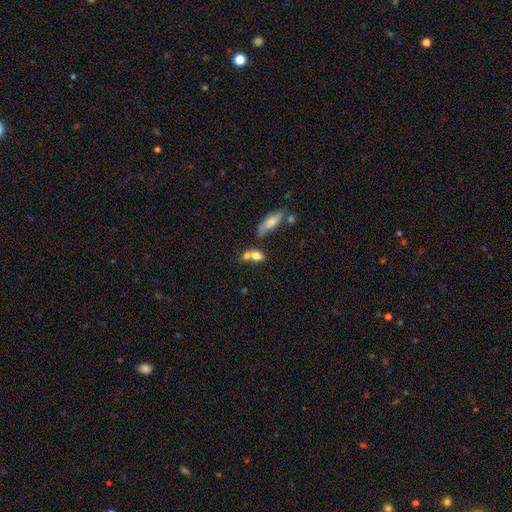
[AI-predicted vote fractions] smooth_or_featured: smooth (p=0.74) [alt: featured or disk p=0.16]
how_rounded: in between (p=0.64) [alt: round p=0.28]
merging: merger (p=0.56) [alt: none p=0.28]